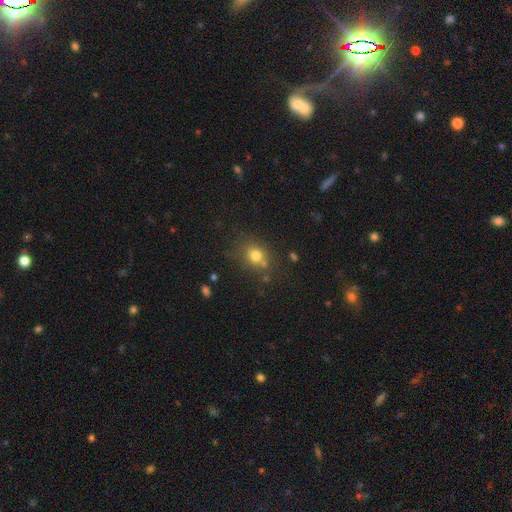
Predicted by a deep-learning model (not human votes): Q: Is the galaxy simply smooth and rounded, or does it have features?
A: smooth — 75%.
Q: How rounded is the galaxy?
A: round — 69%.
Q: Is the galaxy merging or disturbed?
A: none — 68%.